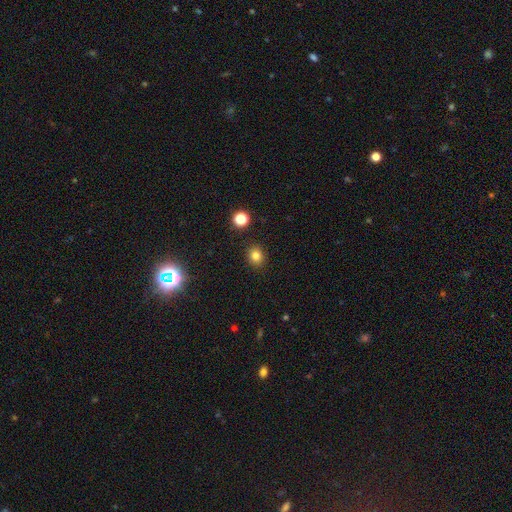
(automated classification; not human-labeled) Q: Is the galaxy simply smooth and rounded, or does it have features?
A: smooth — 81%.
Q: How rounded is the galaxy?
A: round — 78%.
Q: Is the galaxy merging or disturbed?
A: none — 90%.